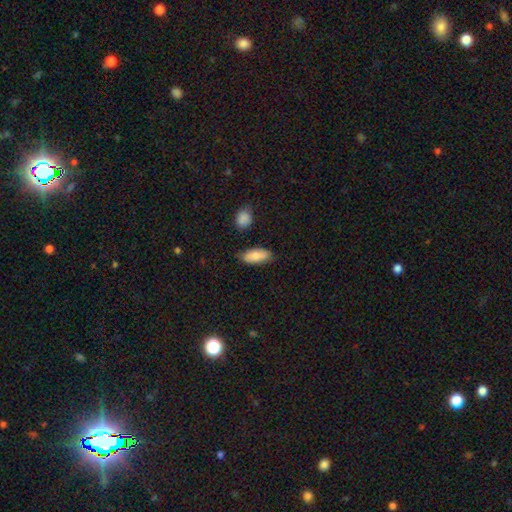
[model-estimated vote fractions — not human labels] A smooth galaxy with no disk features (82%) that is in between round and cigar-shaped (85%).

Vote fractions:
- Smooth or featured? smooth: 82% / featured or disk: 12% / star or artifact: 6%
- How rounded? in between: 85% / cigar-shaped: 12% / round: 2%
- Merging? none: 78% / minor disturbance: 16% / merger: 3% / major disturbance: 3%